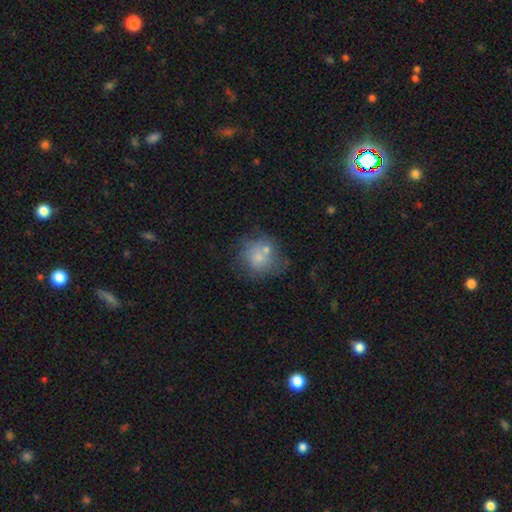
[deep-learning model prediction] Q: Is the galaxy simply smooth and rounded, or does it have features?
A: smooth — 58%.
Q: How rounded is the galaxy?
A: round — 85%.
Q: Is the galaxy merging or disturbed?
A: none — 58%.